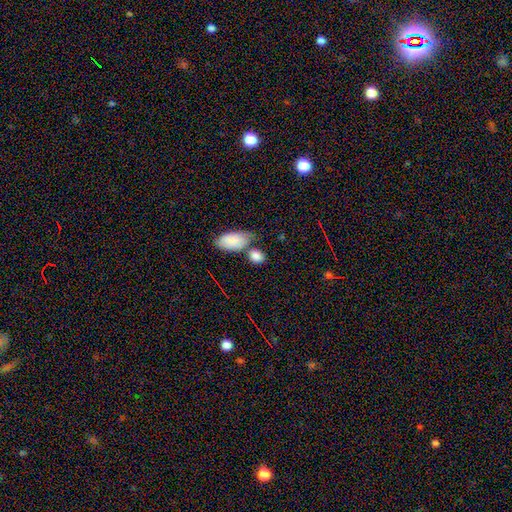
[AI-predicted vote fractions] Smooth or featured: smooth — 86% (star or artifact — 8%)
How rounded: in between — 63% (round — 35%)
Merging: none — 56% (merger — 24%)